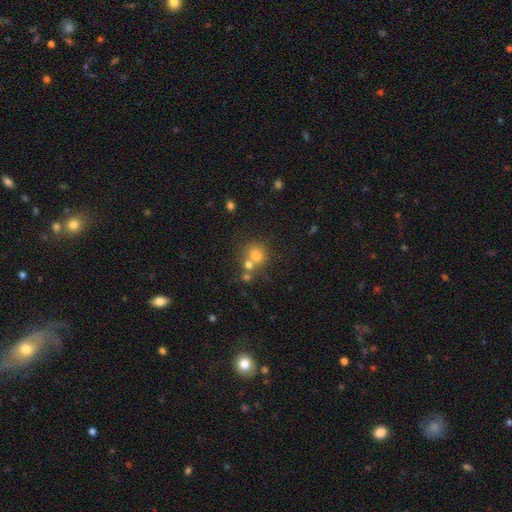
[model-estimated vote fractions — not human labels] A smooth galaxy with no disk features (72%) that is round (81%). Merging: none (50%).